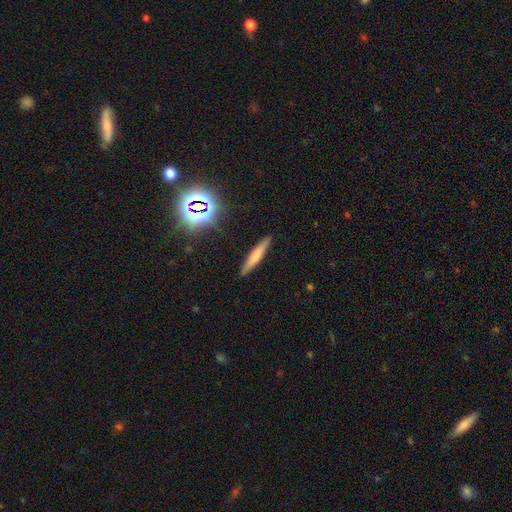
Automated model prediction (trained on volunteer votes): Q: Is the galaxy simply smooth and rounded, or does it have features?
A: smooth — 61%.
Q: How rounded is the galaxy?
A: cigar-shaped — 92%.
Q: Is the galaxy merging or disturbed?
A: none — 89%.